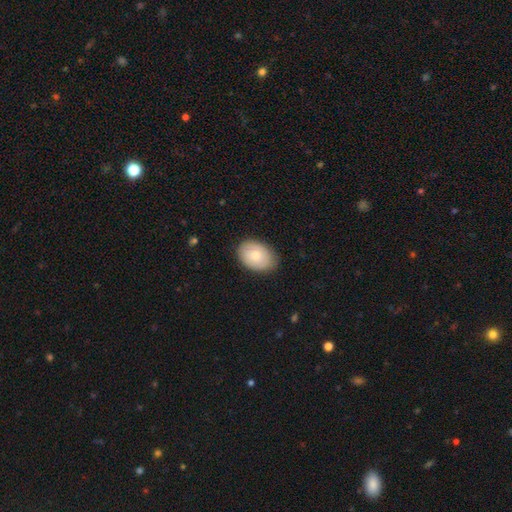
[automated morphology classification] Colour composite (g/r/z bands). It shows a smooth galaxy with no disk features (77%) that is in between round and cigar-shaped (82%). Merging: none (82%).